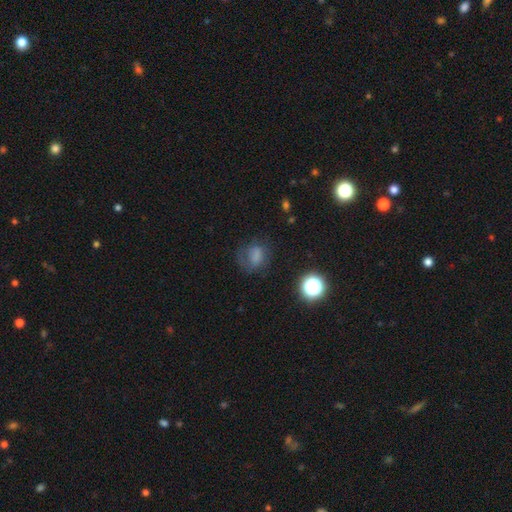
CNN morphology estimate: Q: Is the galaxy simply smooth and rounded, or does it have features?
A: smooth — 66%.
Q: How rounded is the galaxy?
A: round — 58%.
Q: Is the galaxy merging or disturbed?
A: none — 50%.